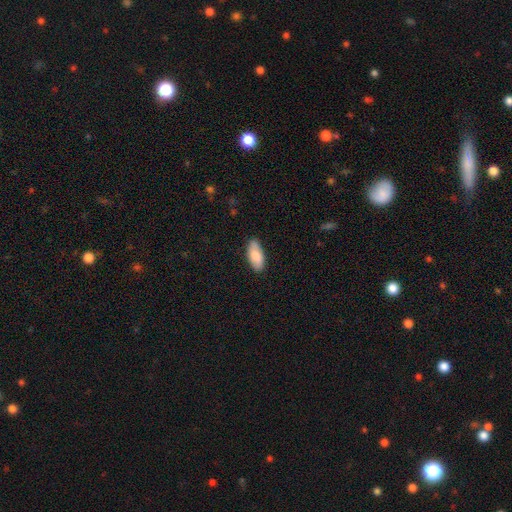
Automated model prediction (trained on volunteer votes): smooth-or-featured: smooth: 80% | featured or disk: 14% | star or artifact: 6%
  how-rounded: in between: 89% | cigar-shaped: 9% | round: 2%
  merging: none: 83% | minor disturbance: 14% | major disturbance: 2% | merger: 1%